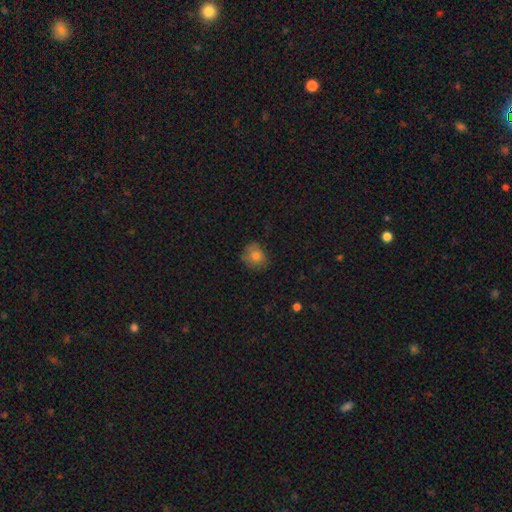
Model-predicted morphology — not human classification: smooth-or-featured: smooth: 77% | featured or disk: 13% | star or artifact: 10%
  how-rounded: round: 73% | in between: 26% | cigar-shaped: 1%
  merging: none: 72% | minor disturbance: 22% | major disturbance: 5% | merger: 1%